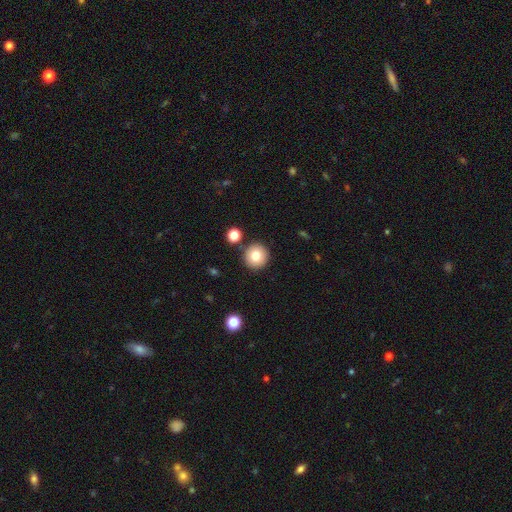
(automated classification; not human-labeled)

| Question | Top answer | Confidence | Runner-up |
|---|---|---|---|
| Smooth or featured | smooth | 79% | featured or disk (11%) |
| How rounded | round | 95% | in between (4%) |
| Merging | none | 88% | minor disturbance (6%) |